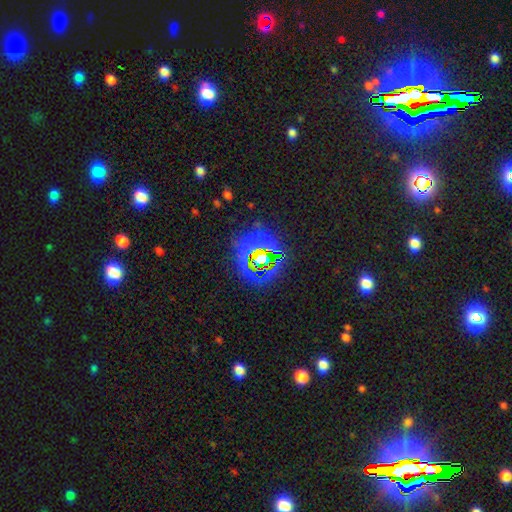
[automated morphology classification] Overall: star or artifact (74%).